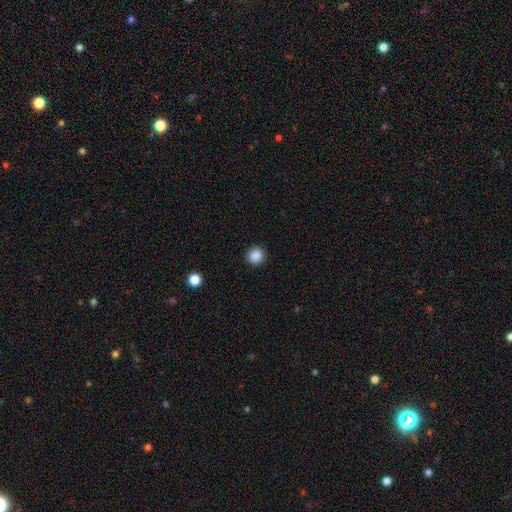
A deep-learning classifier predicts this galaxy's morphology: Smooth or featured?
  - smooth: 87% *
  - star or artifact: 10%
  - featured or disk: 3%
How rounded?
  - round: 94% *
  - in between: 5%
  - cigar-shaped: 1%
Merging?
  - none: 92% *
  - minor disturbance: 5%
  - major disturbance: 2%
  - merger: 1%